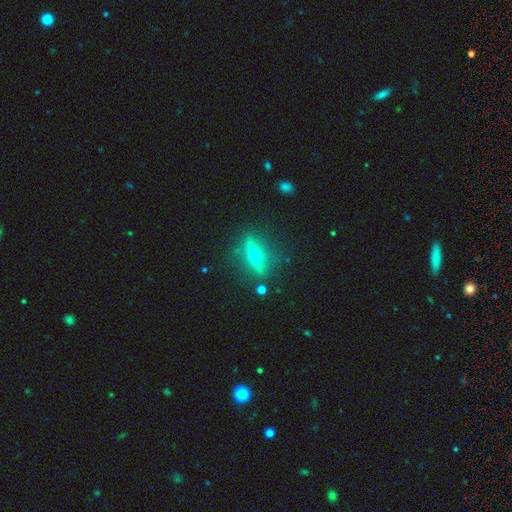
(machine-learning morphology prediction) Q: Smooth or featured?
A: featured or disk (75%); runner-up: smooth (17%)
Q: Edge-on disk?
A: yes (92%); runner-up: no (8%)
Q: Edge-on bulge?
A: rounded (96%); runner-up: none (2%)
Q: Merging?
A: none (85%); runner-up: minor disturbance (9%)